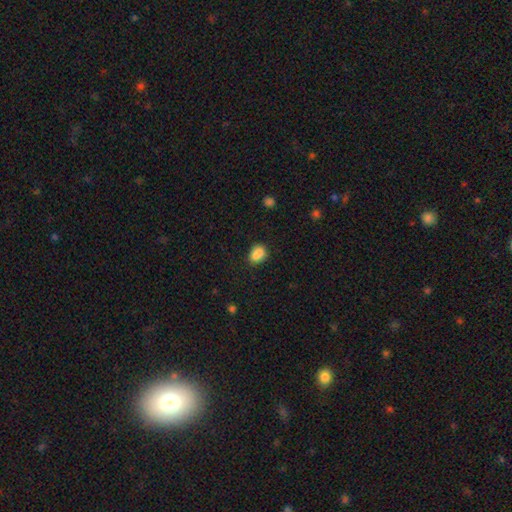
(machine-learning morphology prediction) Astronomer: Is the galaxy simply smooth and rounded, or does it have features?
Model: smooth — 82%.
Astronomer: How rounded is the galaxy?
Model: in between — 57% (runner-up: round, 42%).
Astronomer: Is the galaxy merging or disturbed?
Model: none — 56%.